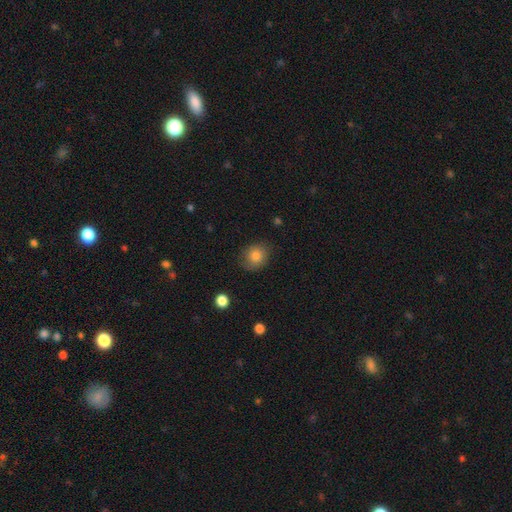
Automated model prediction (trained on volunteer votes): smooth_or_featured: smooth (p=0.81) [alt: star or artifact p=0.09]
how_rounded: round (p=0.64) [alt: in between p=0.35]
merging: none (p=0.77) [alt: minor disturbance p=0.18]